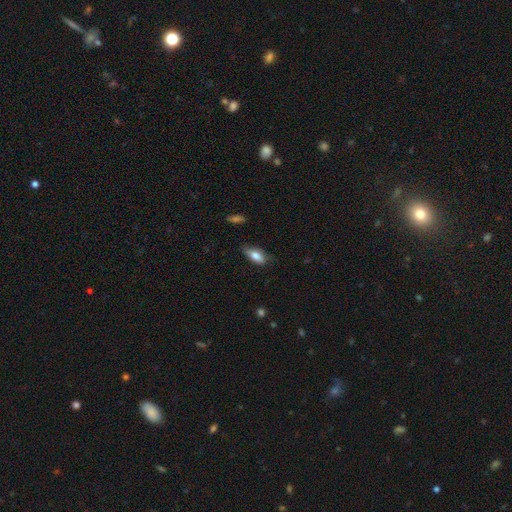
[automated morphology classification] A smooth galaxy with no disk features (78%) that is in between round and cigar-shaped (82%).

Vote fractions:
- Smooth or featured? smooth: 78% / featured or disk: 15% / star or artifact: 7%
- How rounded? in between: 82% / cigar-shaped: 15% / round: 3%
- Merging? none: 65% / minor disturbance: 28% / major disturbance: 6% / merger: 1%